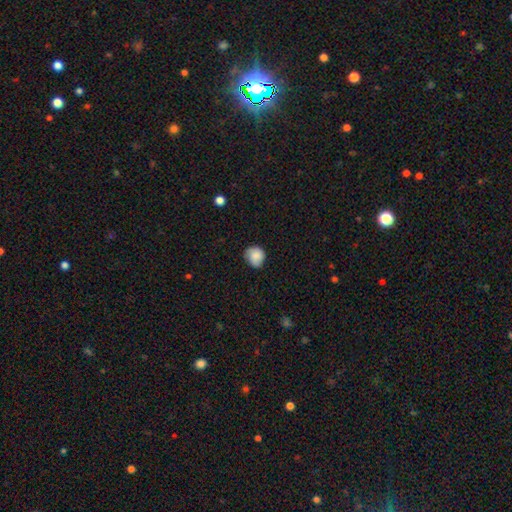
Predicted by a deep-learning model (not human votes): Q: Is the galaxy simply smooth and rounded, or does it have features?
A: smooth — 82%.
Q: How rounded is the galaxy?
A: round — 78%.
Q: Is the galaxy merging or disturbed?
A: none — 63%.